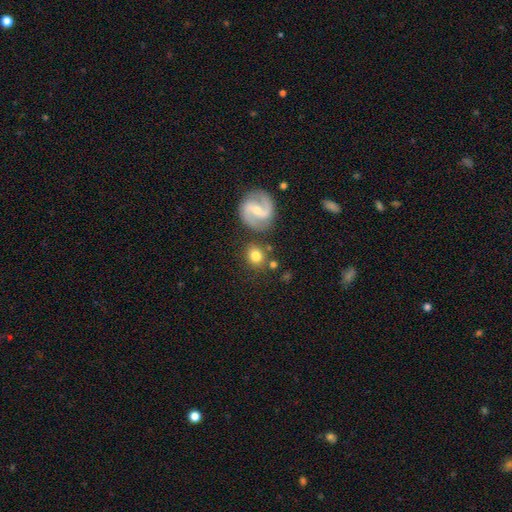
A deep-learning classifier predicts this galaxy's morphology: The model was most divided on "smooth or featured": smooth: 66%, featured or disk: 26%, star or artifact: 8%. More confident: how rounded — round (80%); merging — none (78%).